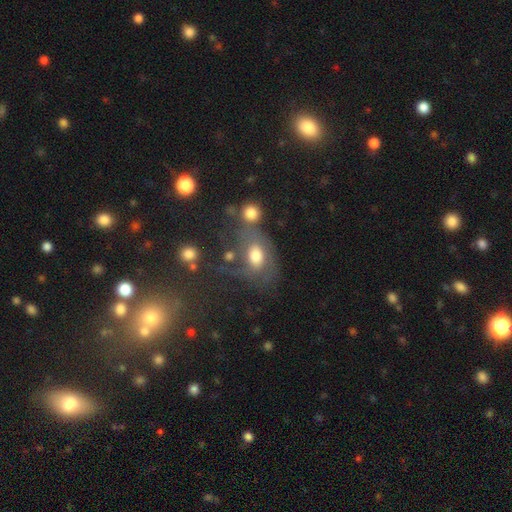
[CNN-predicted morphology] A smooth galaxy with no disk features (53%) that is in between round and cigar-shaped (73%). Merging: none (36%).